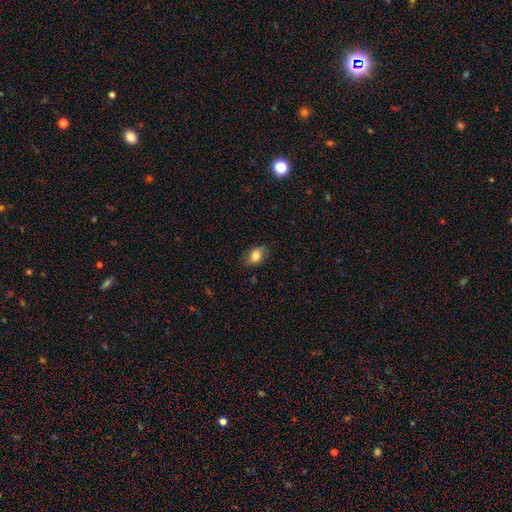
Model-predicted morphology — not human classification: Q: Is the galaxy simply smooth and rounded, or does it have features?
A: smooth — 80%.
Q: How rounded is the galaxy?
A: in between — 77%.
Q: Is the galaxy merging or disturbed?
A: none — 77%.